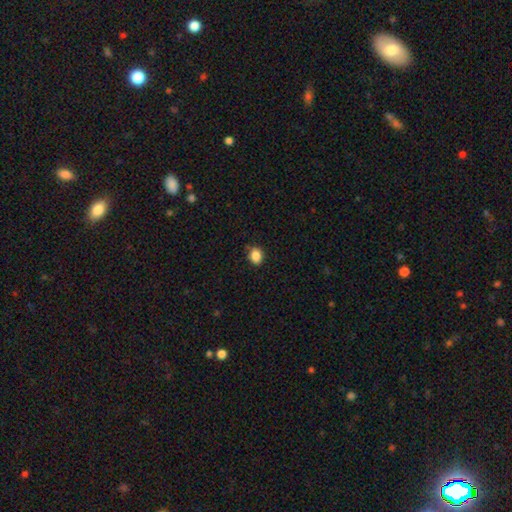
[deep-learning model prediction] Q: Smooth or featured?
A: smooth (86%); runner-up: star or artifact (10%)
Q: How rounded?
A: round (54%); runner-up: in between (45%)
Q: Merging?
A: none (83%); runner-up: minor disturbance (13%)